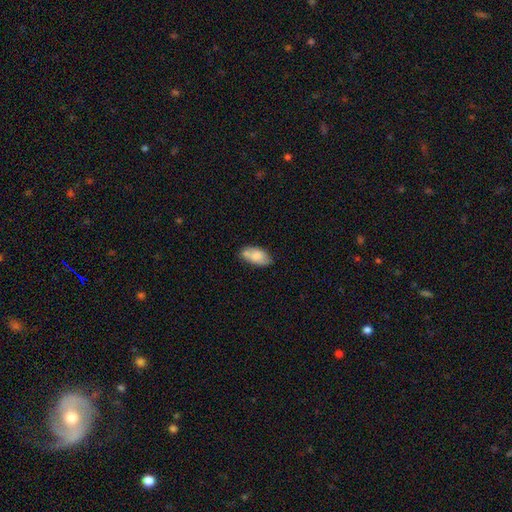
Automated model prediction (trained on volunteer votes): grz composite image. It shows a smooth galaxy with no disk features (78%) that is in between round and cigar-shaped (92%). Merging: none (54%).